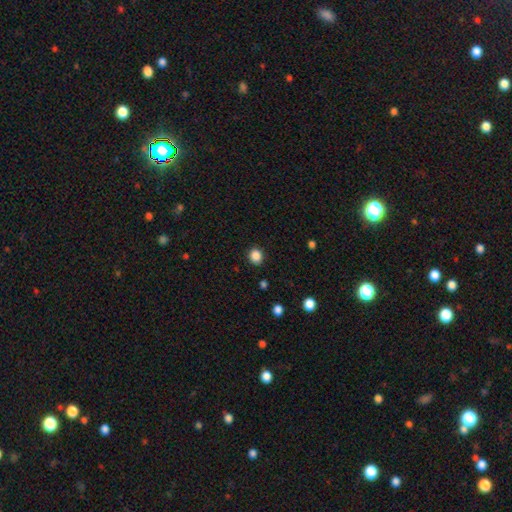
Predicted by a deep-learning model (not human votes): Morphology: type=smooth (86%); roundness=round (73%); merging=none (89%).